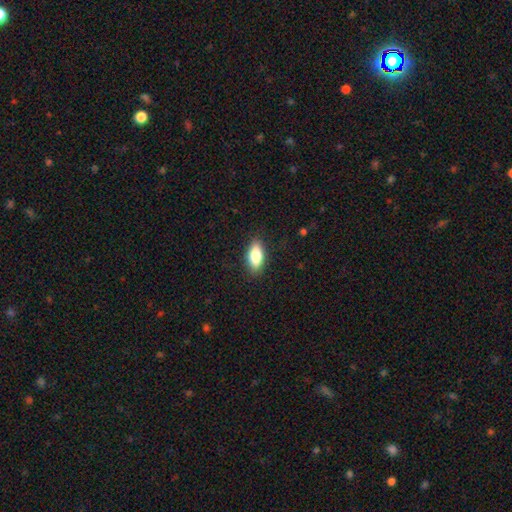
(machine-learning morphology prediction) The model was most divided on "smooth or featured": smooth: 80%, featured or disk: 13%, star or artifact: 7%. More confident: merging — none (87%); how rounded — in between (85%).